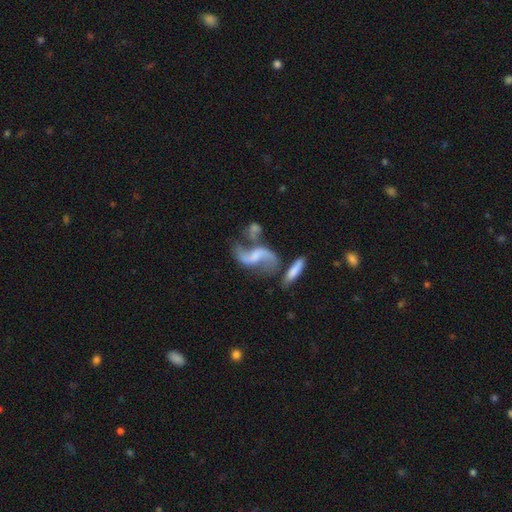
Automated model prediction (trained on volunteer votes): smooth_or_featured: featured or disk (p=0.82) [alt: smooth p=0.11]
disk_edge_on: no (p=0.94) [alt: yes p=0.06]
bar: weak (p=0.43) [alt: no p=0.40]
has_spiral_arms: yes (p=0.93) [alt: no p=0.07]
spiral_winding: loose (p=0.85) [alt: medium p=0.12]
spiral_arm_count: 2 (p=0.91) [alt: 1 p=0.03]
bulge_size: small (p=0.36) [tied with: none p=0.36]
merging: none (p=0.44) [alt: merger p=0.26]